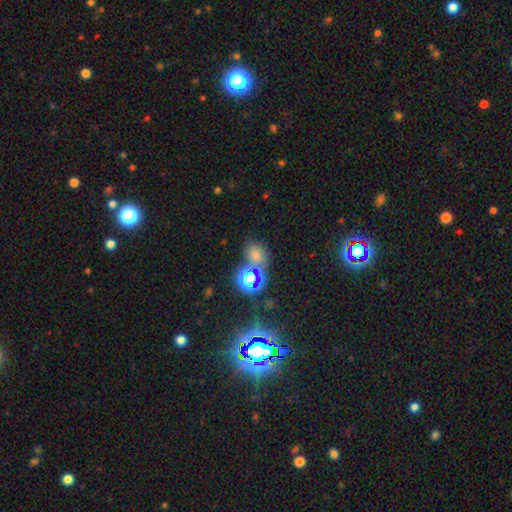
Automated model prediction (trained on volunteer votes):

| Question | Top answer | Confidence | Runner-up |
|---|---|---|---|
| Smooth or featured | star or artifact | 47% | smooth (43%) |